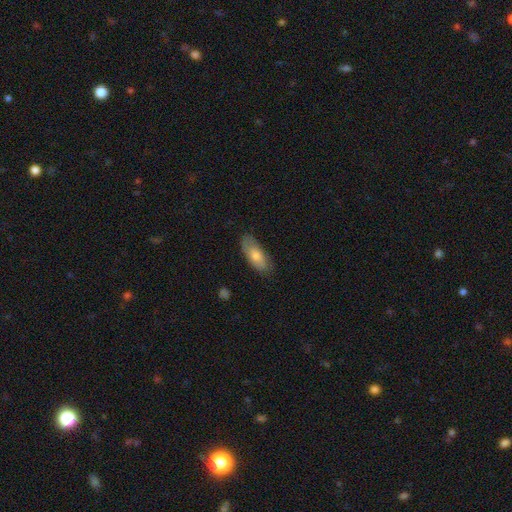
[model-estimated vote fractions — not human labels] Overall: smooth (71%). How rounded: in between (77%). Merging: none (79%).